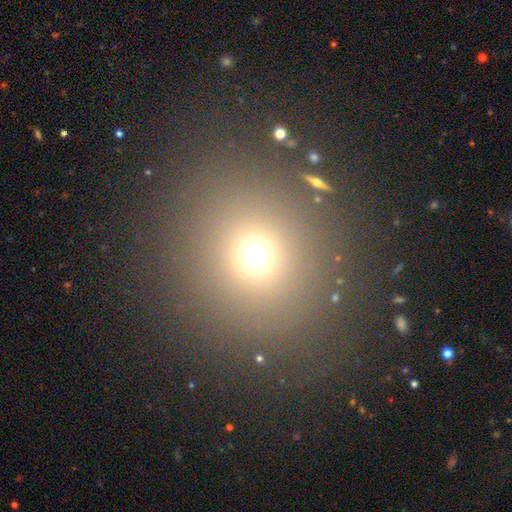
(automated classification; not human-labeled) Smooth or featured? smooth (66%)
How rounded? round (88%)
Merging? none (85%)